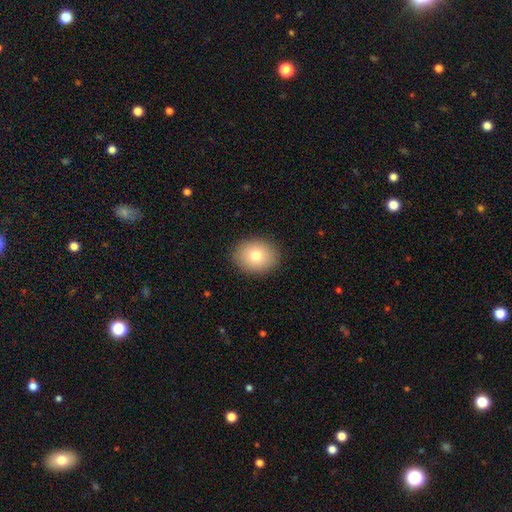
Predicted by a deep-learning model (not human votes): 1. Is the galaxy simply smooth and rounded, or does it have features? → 78% smooth, 12% featured or disk, 10% star or artifact.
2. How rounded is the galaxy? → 50% in between, 49% round, 1% cigar-shaped.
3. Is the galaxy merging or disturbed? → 89% none, 8% minor disturbance, 2% major disturbance, 1% merger.